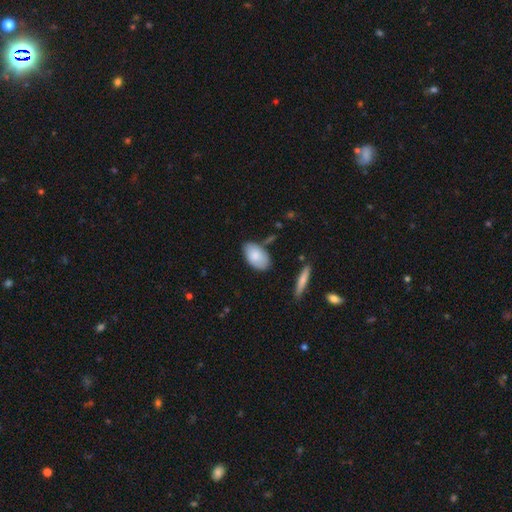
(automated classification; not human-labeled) This is clearly a smooth galaxy (83%). How rounded: clearly in between (94%). Merging: likely none (72%).